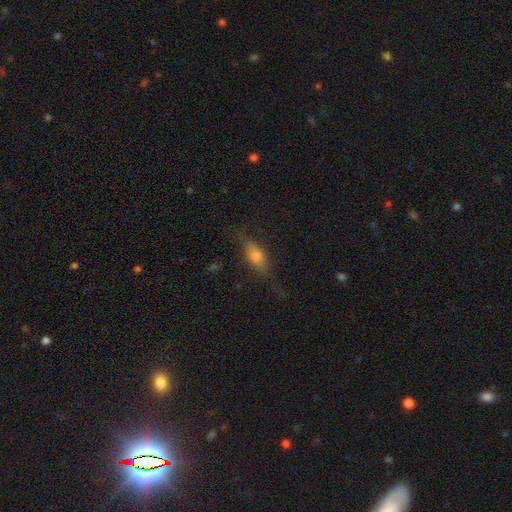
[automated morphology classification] This appears to be a smooth galaxy with no disk features (59%) that is in between round and cigar-shaped (65%). Merging: none (66%).